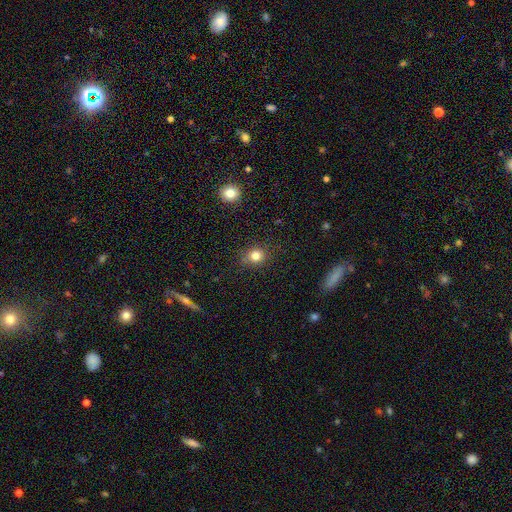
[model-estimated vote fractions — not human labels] Morphology: type=smooth (81%); roundness=round (76%); merging=none (83%).